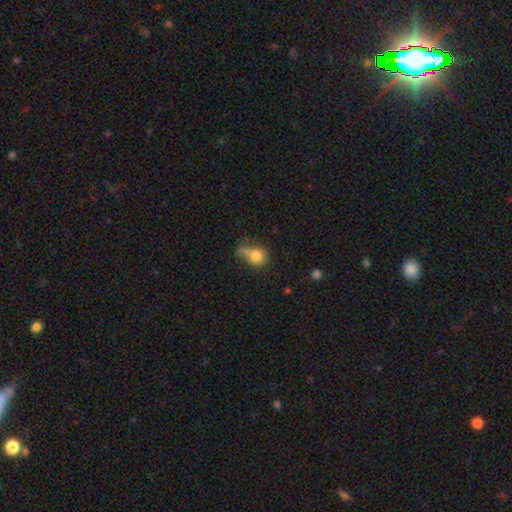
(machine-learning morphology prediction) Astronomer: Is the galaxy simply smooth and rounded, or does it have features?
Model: smooth — 77%.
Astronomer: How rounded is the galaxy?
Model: round — 64%.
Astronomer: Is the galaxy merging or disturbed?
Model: none — 36% (runner-up: minor disturbance, 24%).